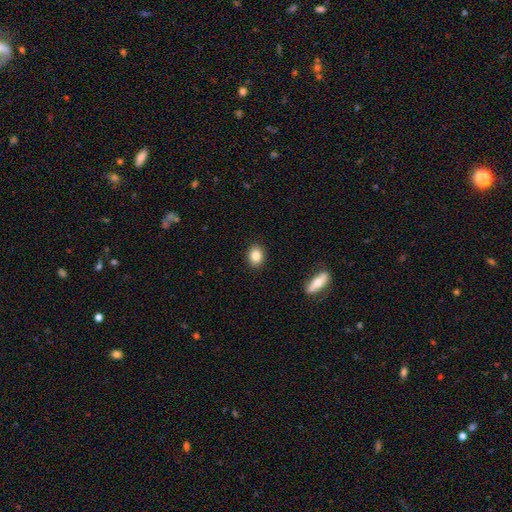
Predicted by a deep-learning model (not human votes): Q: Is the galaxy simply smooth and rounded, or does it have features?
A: smooth — 84%.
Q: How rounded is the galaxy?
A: in between — 50%.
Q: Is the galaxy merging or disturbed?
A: none — 90%.